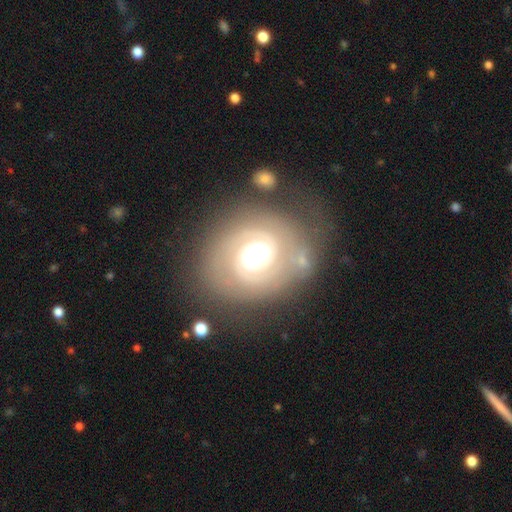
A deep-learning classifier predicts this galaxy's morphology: smooth-or-featured: featured or disk: 82% | smooth: 13% | star or artifact: 5%
  disk-edge-on: no: 98% | yes: 2%
    bar: no: 68% | weak: 25% | strong: 7%
    has-spiral-arms: yes: 91% | no: 9%
      spiral-winding: tight: 75% | medium: 19% | loose: 6%
      spiral-arm-count: 2: 55% | can't tell: 22% | 3: 9% | 1: 7% | 4: 3% | more than 4: 3%
    bulge-size: moderate: 58% | large: 19% | small: 18% | dominant: 3% | none: 1%
  merging: none: 68% | minor disturbance: 17% | major disturbance: 10% | merger: 4%